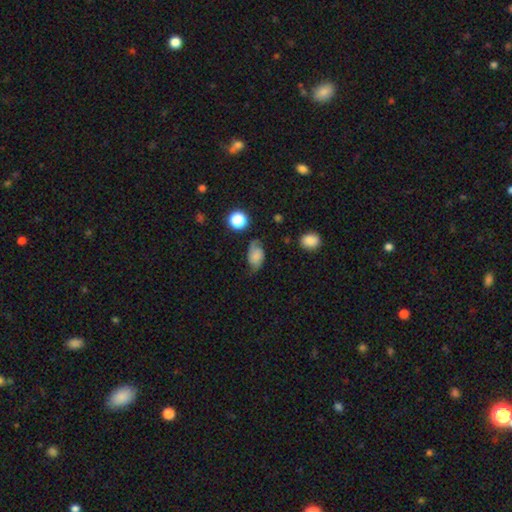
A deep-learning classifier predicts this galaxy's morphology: smooth 56%, featured or disk 32%, star or artifact 12%. Down the decision tree: how rounded — in between (83%); merging — none (58%).